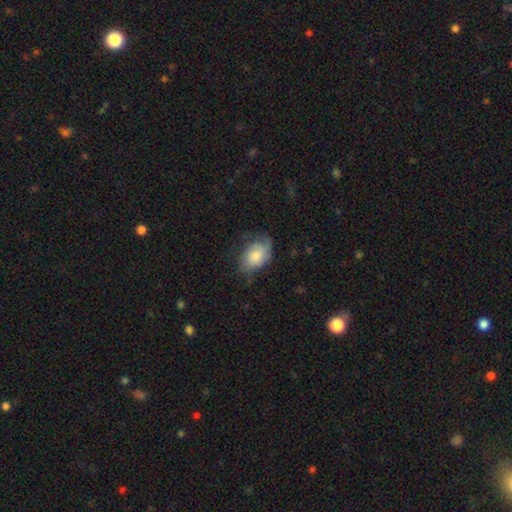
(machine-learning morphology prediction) A smooth galaxy with no disk features (64%) that is in between round and cigar-shaped (82%).

Vote fractions:
- Smooth or featured? smooth: 64% / featured or disk: 28% / star or artifact: 7%
- How rounded? in between: 82% / round: 16% / cigar-shaped: 1%
- Merging? none: 56% / minor disturbance: 30% / major disturbance: 12% / merger: 1%